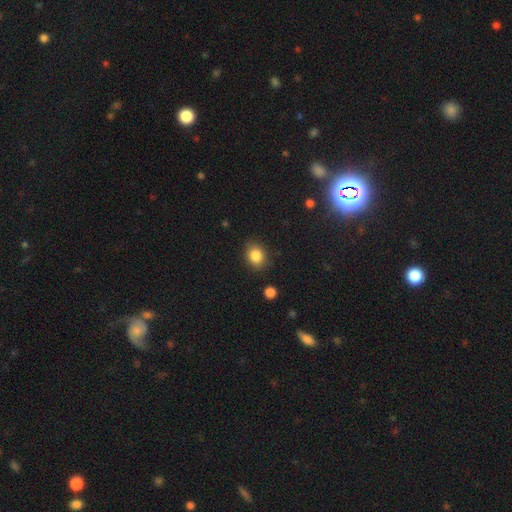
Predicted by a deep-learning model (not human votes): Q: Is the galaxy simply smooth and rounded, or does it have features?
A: smooth — 85%.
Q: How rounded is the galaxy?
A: round — 61%.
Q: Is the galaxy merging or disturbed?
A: none — 83%.